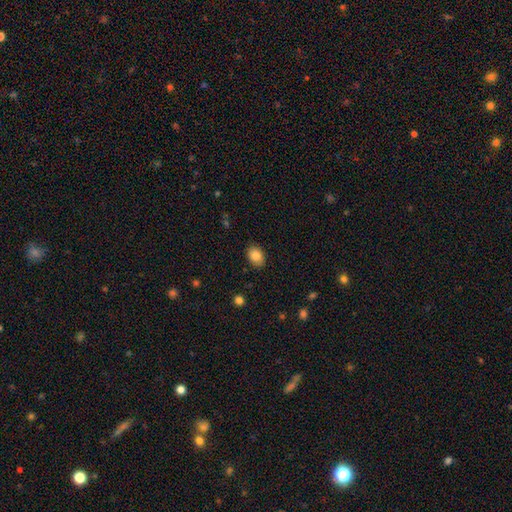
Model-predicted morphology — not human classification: Smooth or featured: smooth — 85% (star or artifact — 8%)
How rounded: in between — 76% (round — 23%)
Merging: none — 86% (minor disturbance — 10%)